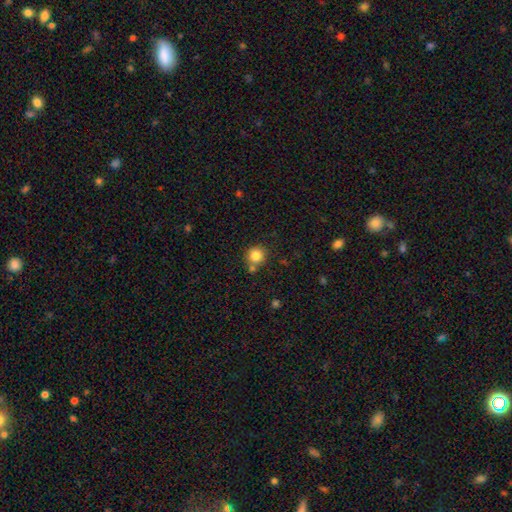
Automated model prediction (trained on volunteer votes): Smooth or featured? Predicted: smooth (p=0.83). How rounded? Predicted: round (p=0.92). Merging? Predicted: none (p=0.70).